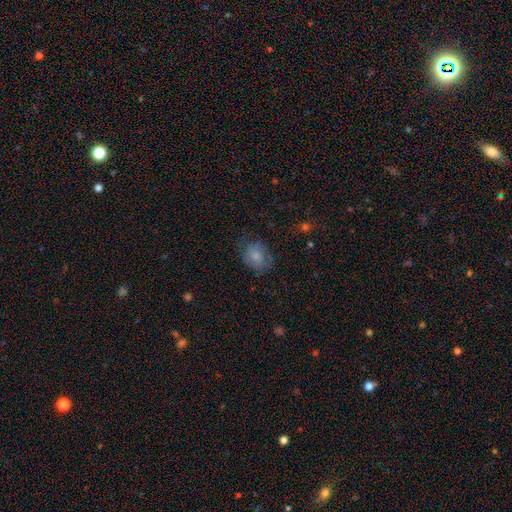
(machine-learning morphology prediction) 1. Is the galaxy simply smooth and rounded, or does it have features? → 78% smooth, 14% featured or disk, 9% star or artifact.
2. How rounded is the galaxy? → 52% round, 47% in between, 1% cigar-shaped.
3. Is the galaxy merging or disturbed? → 64% none, 24% minor disturbance, 10% major disturbance, 1% merger.